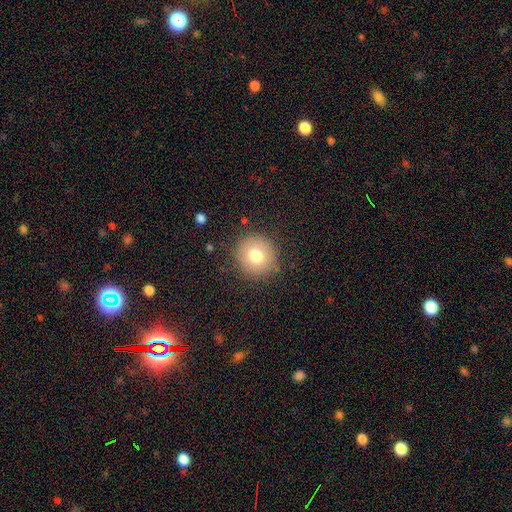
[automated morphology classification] Overall: smooth (75%). How rounded: round (93%). Merging: none (86%).